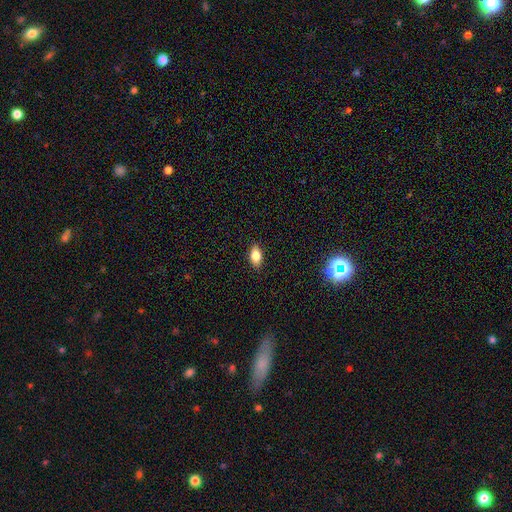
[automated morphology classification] A smooth galaxy with no disk features (81%) that is in between round and cigar-shaped (88%). Merging: none (88%).